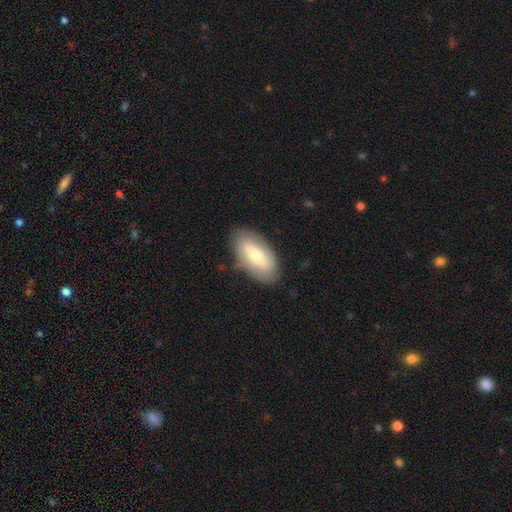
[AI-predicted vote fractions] Morphology: type=smooth (60%); roundness=in between (92%); merging=none (81%).